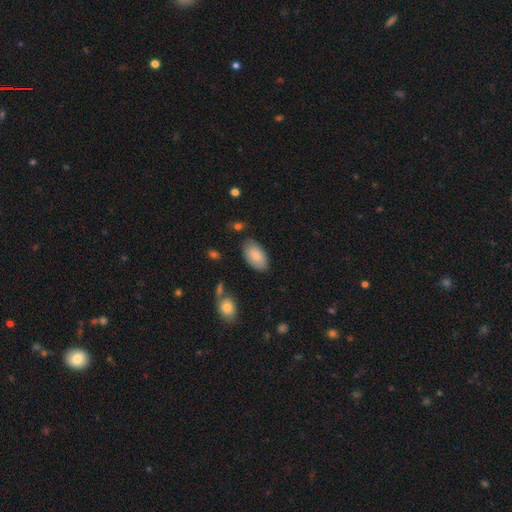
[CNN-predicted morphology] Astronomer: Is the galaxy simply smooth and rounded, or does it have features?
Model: smooth — 84%.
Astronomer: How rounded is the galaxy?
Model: in between — 95%.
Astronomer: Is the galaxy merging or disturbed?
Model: none — 81%.